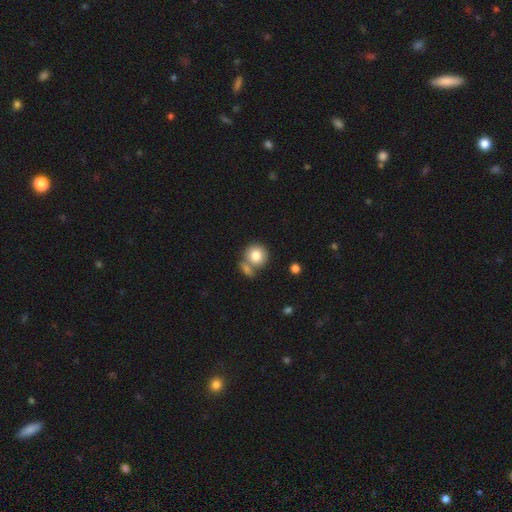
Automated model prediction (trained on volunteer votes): A smooth galaxy with no disk features (80%) that is round (87%). Merging: none (53%).